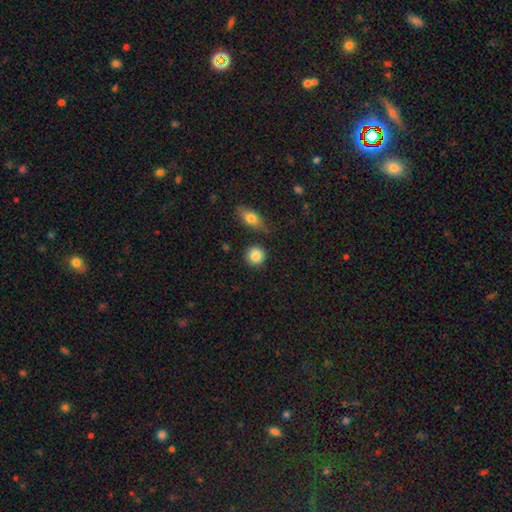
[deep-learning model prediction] Smooth or featured?
  - smooth: 86% *
  - star or artifact: 8%
  - featured or disk: 6%
How rounded?
  - round: 89% *
  - in between: 10%
  - cigar-shaped: 1%
Merging?
  - none: 82% *
  - minor disturbance: 10%
  - merger: 5%
  - major disturbance: 3%